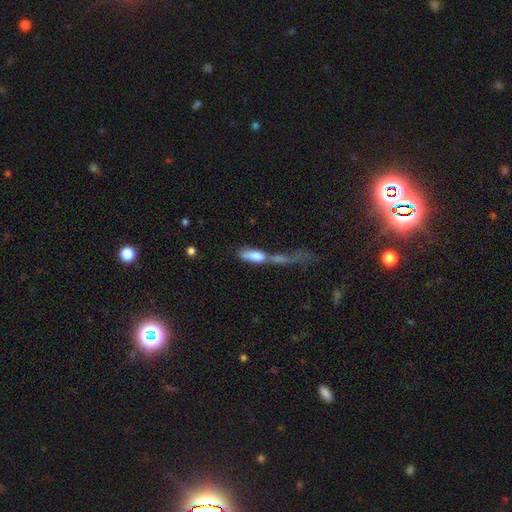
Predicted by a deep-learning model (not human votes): Smooth or featured?
  - smooth: 71% *
  - featured or disk: 21%
  - star or artifact: 8%
How rounded?
  - in between: 60% *
  - cigar-shaped: 36%
  - round: 3%
Merging?
  - merger: 62% *
  - major disturbance: 17%
  - none: 13%
  - minor disturbance: 8%